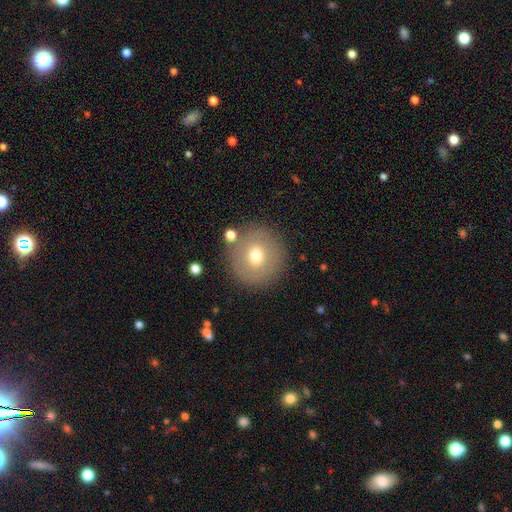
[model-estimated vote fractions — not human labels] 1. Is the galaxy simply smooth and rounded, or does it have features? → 67% smooth, 22% featured or disk, 10% star or artifact.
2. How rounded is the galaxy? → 93% round, 6% in between, 1% cigar-shaped.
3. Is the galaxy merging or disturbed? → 83% none, 9% minor disturbance, 4% merger, 4% major disturbance.